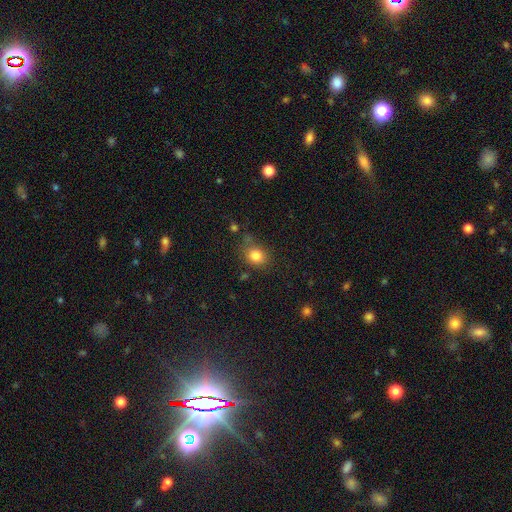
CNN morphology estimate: smooth-or-featured: smooth: 82% | star or artifact: 11% | featured or disk: 6%
  how-rounded: round: 61% | in between: 38% | cigar-shaped: 1%
  merging: none: 69% | minor disturbance: 19% | major disturbance: 6% | merger: 6%